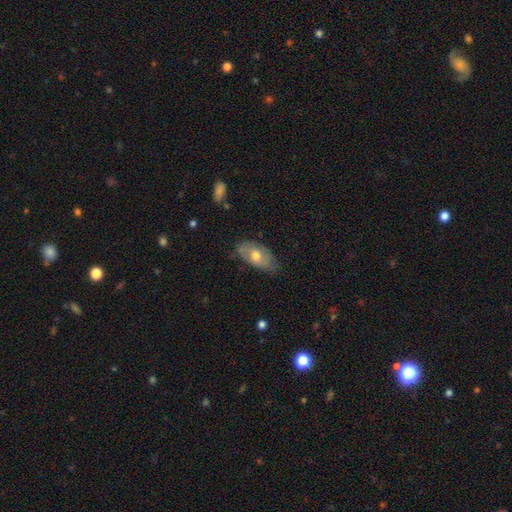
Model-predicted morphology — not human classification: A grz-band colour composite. It shows a smooth galaxy with no disk features (54%) that is in between round and cigar-shaped (92%). Merging: none (69%).